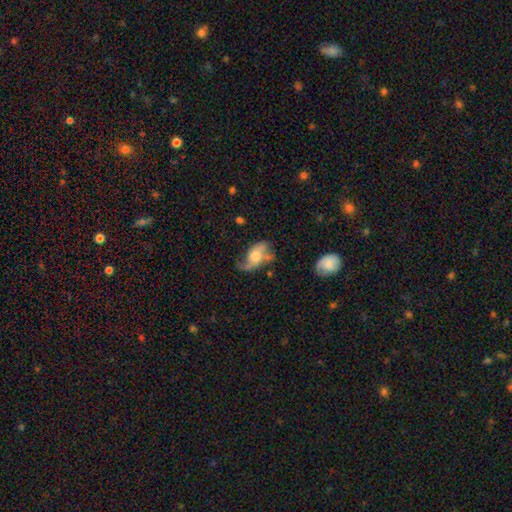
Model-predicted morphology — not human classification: Smooth or featured: featured or disk — 67% (smooth — 26%)
Edge-on disk: no — 95% (yes — 5%)
Bar: no — 67% (weak — 27%)
Spiral arms: yes — 87% (no — 13%)
Spiral winding: loose — 65% (medium — 27%)
Spiral arm count: 2 — 72% (1 — 16%)
Bulge size: moderate — 46% (small — 27%)
Merging: none — 41% (major disturbance — 27%)